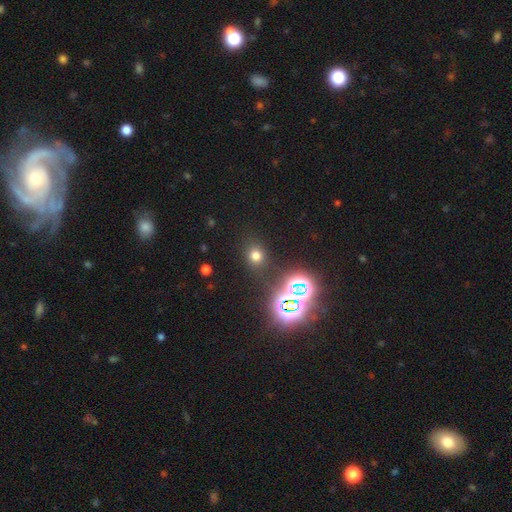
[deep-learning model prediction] Smooth or featured?
  - smooth: 67% *
  - star or artifact: 27%
  - featured or disk: 6%
How rounded?
  - round: 73% *
  - in between: 26%
  - cigar-shaped: 1%
Merging?
  - none: 84% *
  - minor disturbance: 9%
  - major disturbance: 4%
  - merger: 3%